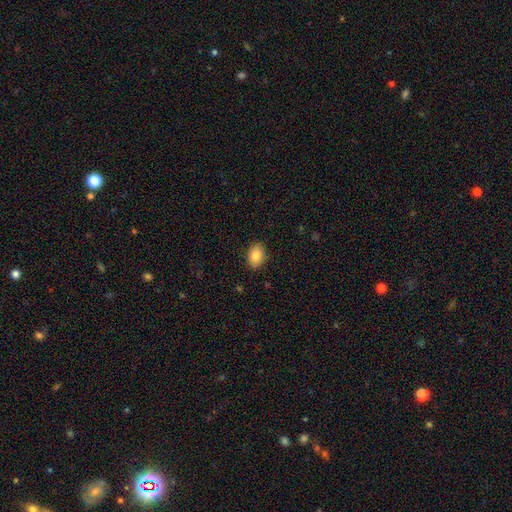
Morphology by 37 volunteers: Smooth or featured? smooth (89%)
How rounded? in between (88%)
Merging? none (97%)